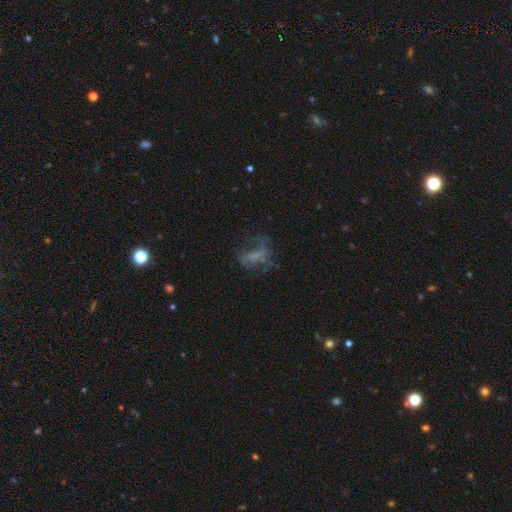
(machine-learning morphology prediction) This is possibly a featured or disk galaxy (46%). Merging: marginally none (41%).